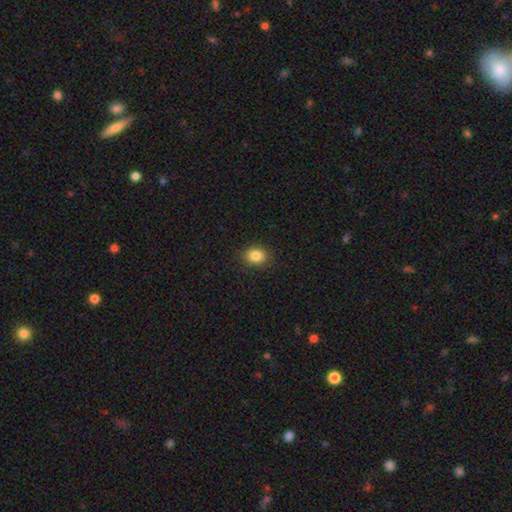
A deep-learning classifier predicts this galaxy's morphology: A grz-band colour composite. It shows a smooth galaxy with no disk features (85%) that is round (56%). Merging: none (89%).